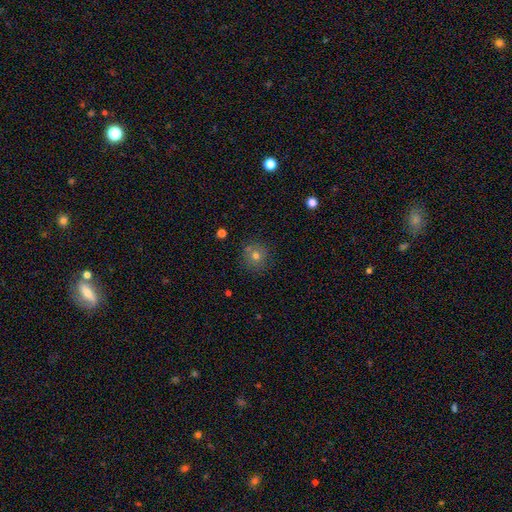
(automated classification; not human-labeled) Q: Smooth or featured?
A: smooth (71%); runner-up: star or artifact (18%)
Q: How rounded?
A: round (93%); runner-up: in between (6%)
Q: Merging?
A: none (82%); runner-up: minor disturbance (9%)